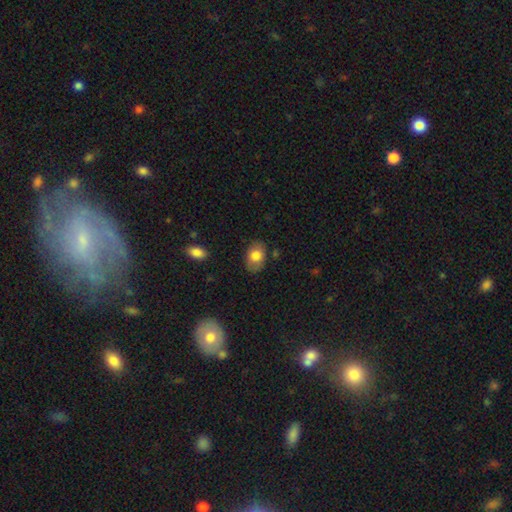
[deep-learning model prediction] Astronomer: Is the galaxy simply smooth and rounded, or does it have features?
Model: smooth — 77%.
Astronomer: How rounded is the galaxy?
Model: in between — 82%.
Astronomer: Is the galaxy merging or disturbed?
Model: none — 80%.